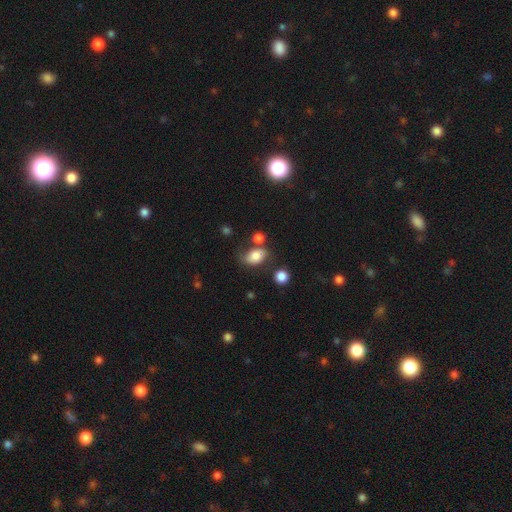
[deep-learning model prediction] Smooth or featured?
  - smooth: 72% *
  - featured or disk: 17%
  - star or artifact: 11%
How rounded?
  - in between: 77% *
  - round: 22%
  - cigar-shaped: 1%
Merging?
  - none: 51% *
  - minor disturbance: 23%
  - merger: 15%
  - major disturbance: 11%